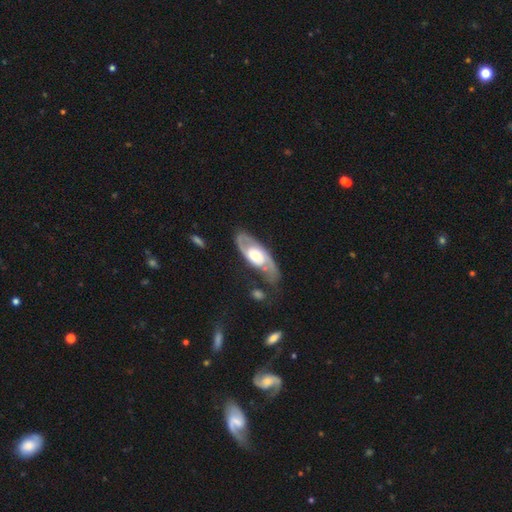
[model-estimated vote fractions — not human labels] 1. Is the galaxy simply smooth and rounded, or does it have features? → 77% featured or disk, 18% smooth, 5% star or artifact.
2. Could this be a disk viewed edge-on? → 87% no, 13% yes.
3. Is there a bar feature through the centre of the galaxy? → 64% no, 27% weak, 9% strong.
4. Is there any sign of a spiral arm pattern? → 84% yes, 16% no.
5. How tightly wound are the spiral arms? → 47% medium, 32% tight, 22% loose.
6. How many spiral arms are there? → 79% 2, 10% can't tell, 7% 1, 1% 3, 1% 4, 1% more than 4.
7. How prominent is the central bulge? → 46% moderate, 38% large, 10% small, 4% dominant, 2% none.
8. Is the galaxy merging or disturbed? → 61% none, 21% minor disturbance, 13% major disturbance, 5% merger.